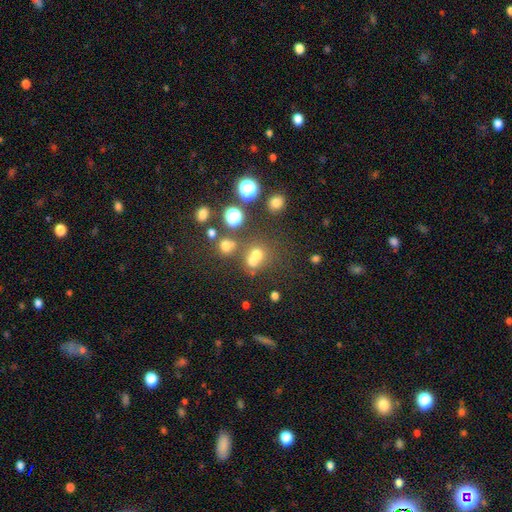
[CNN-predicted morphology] Smooth or featured? smooth (59%)
How rounded? round (80%)
Merging? none (48%)